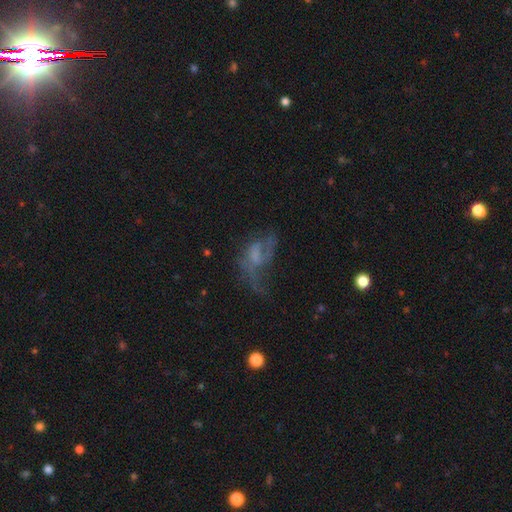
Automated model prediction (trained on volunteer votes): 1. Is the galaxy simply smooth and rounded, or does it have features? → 53% featured or disk, 30% smooth, 17% star or artifact.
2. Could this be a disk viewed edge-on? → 95% no, 5% yes.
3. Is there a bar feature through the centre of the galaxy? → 68% no, 26% weak, 6% strong.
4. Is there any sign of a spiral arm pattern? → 56% no, 44% yes.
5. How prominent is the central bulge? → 54% none, 24% small, 17% moderate, 4% large, 1% dominant.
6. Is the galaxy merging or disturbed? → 49% major disturbance, 28% none, 18% minor disturbance, 5% merger.